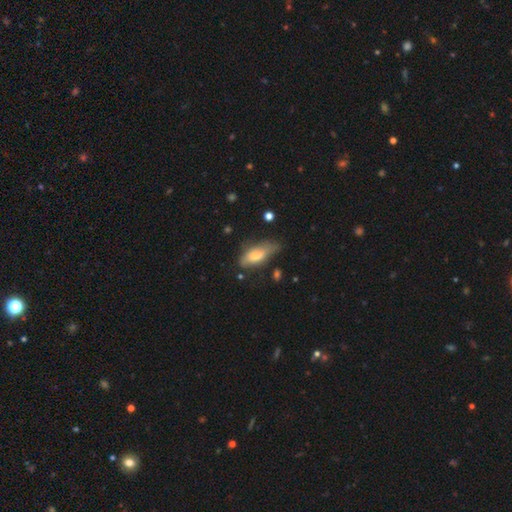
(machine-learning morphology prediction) A smooth galaxy with no disk features (70%) that is in between round and cigar-shaped (71%).

Vote fractions:
- Smooth or featured? smooth: 70% / featured or disk: 23% / star or artifact: 7%
- How rounded? in between: 71% / cigar-shaped: 27% / round: 2%
- Merging? none: 49% / minor disturbance: 35% / major disturbance: 12% / merger: 3%